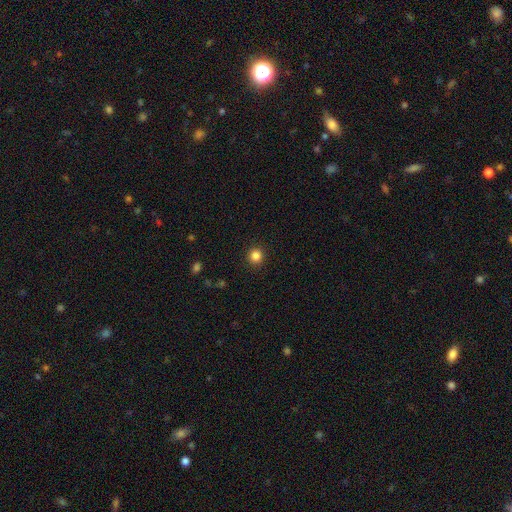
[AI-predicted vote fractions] Smooth or featured: smooth — 84% (star or artifact — 12%)
How rounded: round — 94% (in between — 5%)
Merging: none — 92% (minor disturbance — 5%)